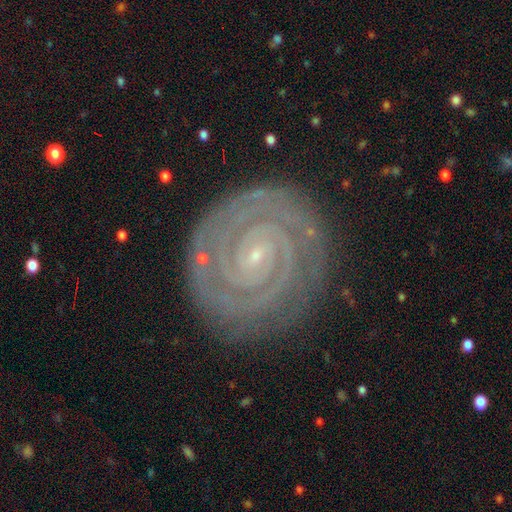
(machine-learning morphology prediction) Smooth or featured?
  - featured or disk: 90% *
  - star or artifact: 5%
  - smooth: 5%
Edge-on disk?
  - no: 98% *
  - yes: 2%
Bar?
  - no: 60% *
  - weak: 27%
  - strong: 13%
Spiral arms?
  - yes: 98% *
  - no: 2%
Spiral winding?
  - tight: 88% *
  - medium: 10%
  - loose: 2%
Spiral arm count?
  - 2: 66% *
  - 3: 11%
  - can't tell: 10%
  - 4: 5%
  - more than 4: 4%
  - 1: 4%
Bulge size?
  - small: 88% *
  - moderate: 7%
  - none: 3%
  - large: 1%
  - dominant: 1%
Merging?
  - none: 86% *
  - minor disturbance: 10%
  - major disturbance: 3%
  - merger: 1%